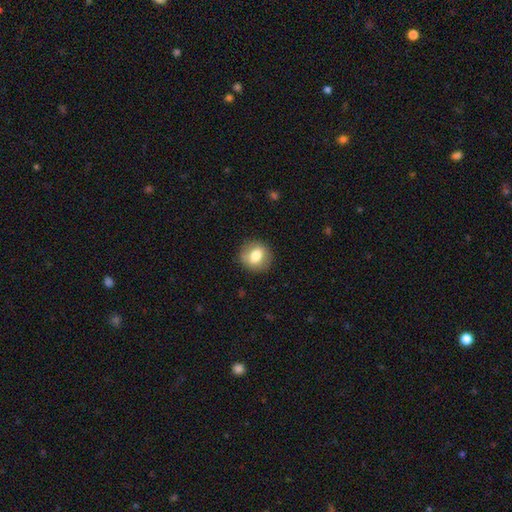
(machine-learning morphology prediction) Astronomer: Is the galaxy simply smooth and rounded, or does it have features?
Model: smooth — 72%.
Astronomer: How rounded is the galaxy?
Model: round — 78%.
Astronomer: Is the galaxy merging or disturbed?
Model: none — 87%.